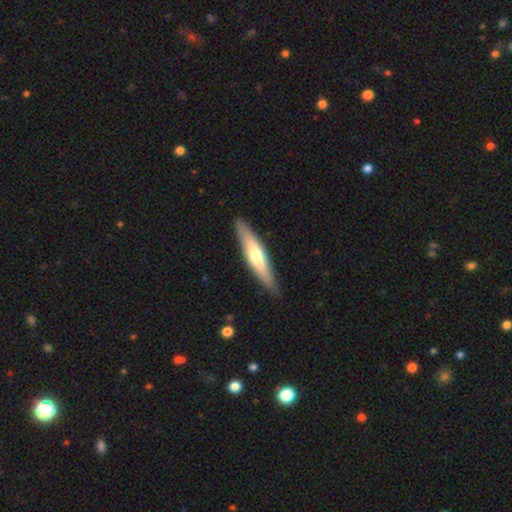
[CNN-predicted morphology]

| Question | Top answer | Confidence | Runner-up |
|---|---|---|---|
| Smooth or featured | smooth | 52% | featured or disk (43%) |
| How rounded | cigar-shaped | 85% | in between (14%) |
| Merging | none | 87% | minor disturbance (10%) |